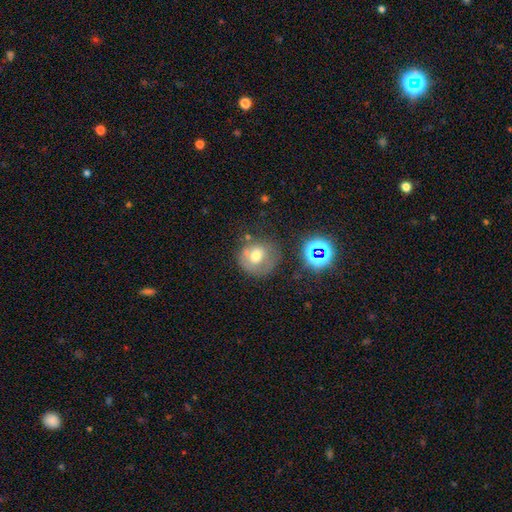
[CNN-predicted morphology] Smooth or featured?
  - smooth: 58% *
  - featured or disk: 27%
  - star or artifact: 15%
How rounded?
  - round: 82% *
  - in between: 17%
  - cigar-shaped: 1%
Merging?
  - none: 54% *
  - minor disturbance: 24%
  - major disturbance: 14%
  - merger: 7%